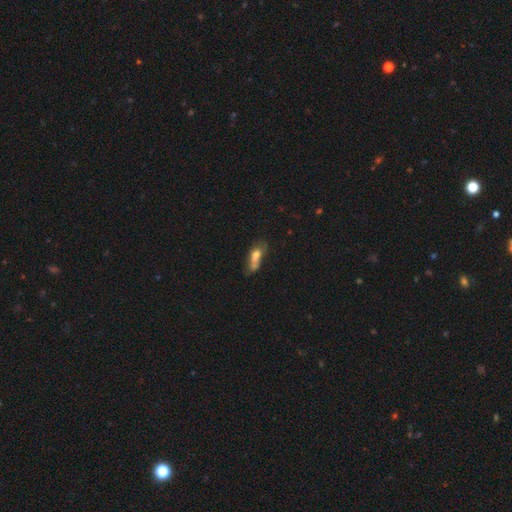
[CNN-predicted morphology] Overall: smooth (62%; featured or disk 25%). How rounded: in between (63%; cigar-shaped 29%). Merging: merger (31%; none 28%).